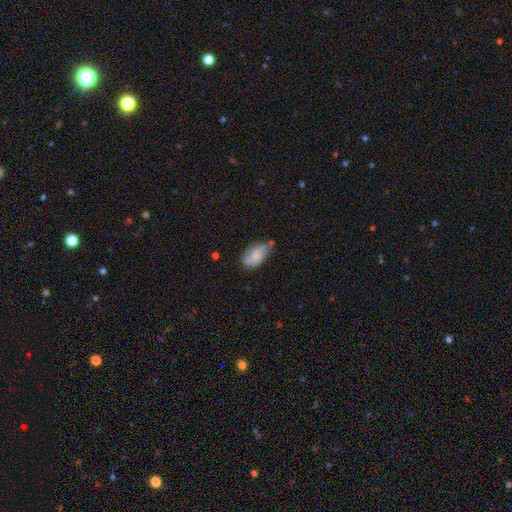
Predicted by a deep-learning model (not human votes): Q: Smooth or featured?
A: smooth (67%); runner-up: featured or disk (25%)
Q: How rounded?
A: in between (92%); runner-up: round (5%)
Q: Merging?
A: none (42%); runner-up: minor disturbance (40%)